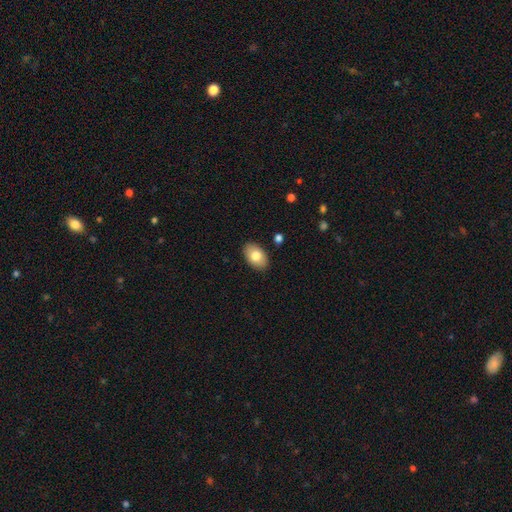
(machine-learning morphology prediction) smooth 79%, featured or disk 14%, star or artifact 7%. Down the decision tree: how rounded — in between (90%); merging — none (88%).